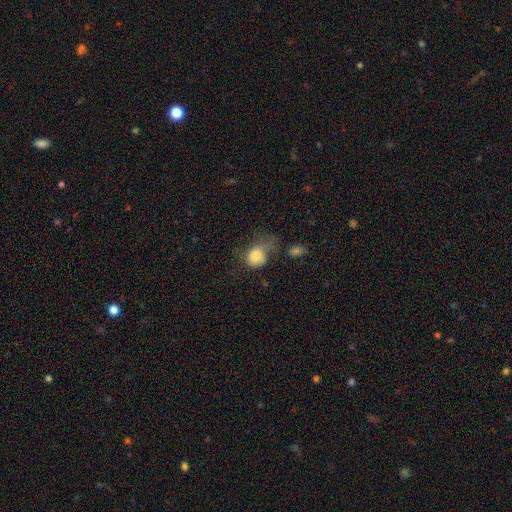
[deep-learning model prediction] This is likely a smooth galaxy (78%). How rounded: possibly round (51%). Merging: marginally major disturbance (44%).